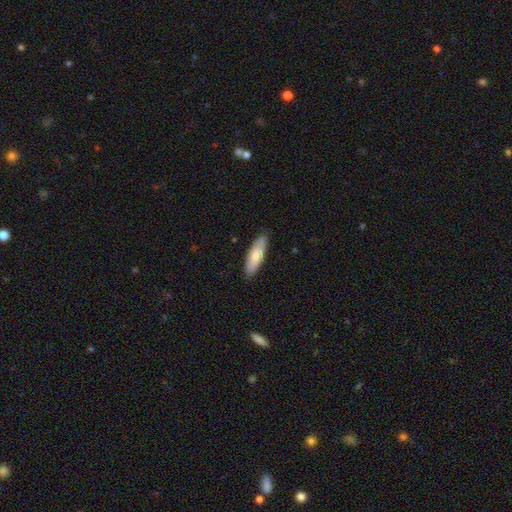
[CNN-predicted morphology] A smooth galaxy with no disk features (75%) that is in between round and cigar-shaped (55%). Merging: none (86%).